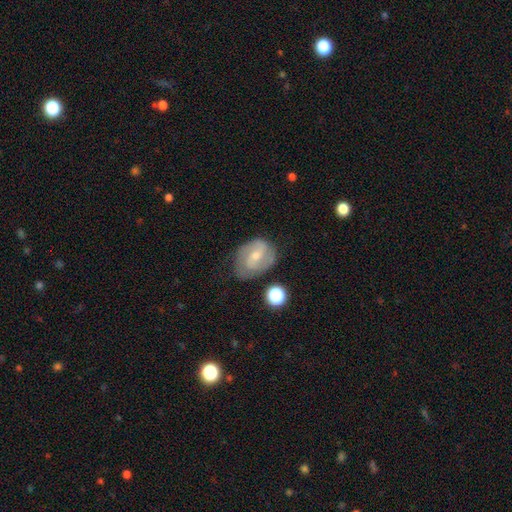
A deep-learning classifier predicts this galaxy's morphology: type=featured or disk (72%); edge-on=no (97%); bar=weak (50%); spiral arms=yes (91%); winding=medium (49%); arm count=2 (78%); bulge=small (53%); merging=none (66%).